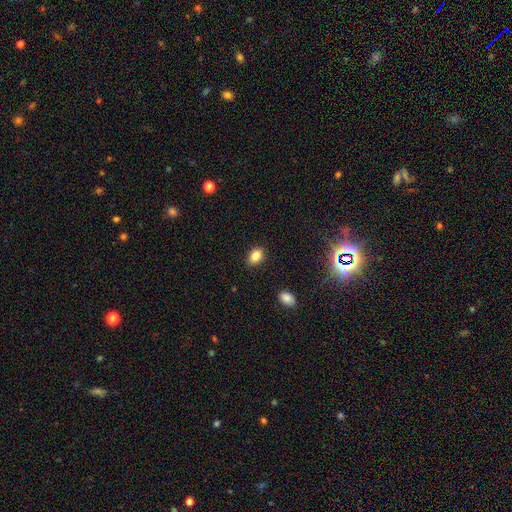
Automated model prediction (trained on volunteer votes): Overall: smooth (84%). How rounded: in between (82%). Merging: none (87%).